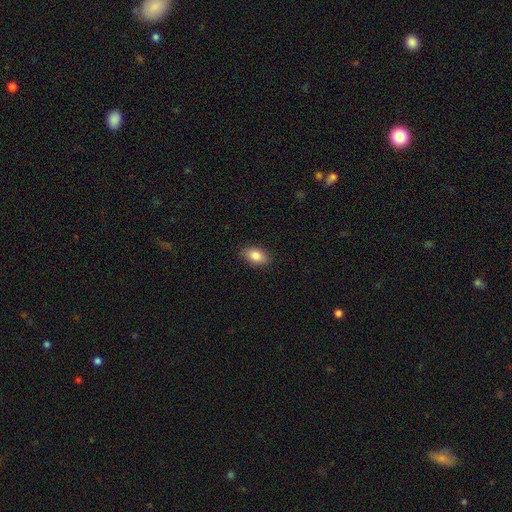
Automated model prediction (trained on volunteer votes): Smooth or featured: smooth — 85% (featured or disk — 7%)
How rounded: in between — 91% (round — 7%)
Merging: none — 88% (minor disturbance — 9%)